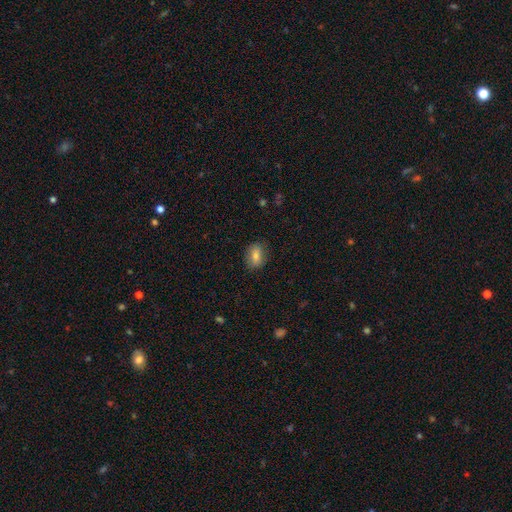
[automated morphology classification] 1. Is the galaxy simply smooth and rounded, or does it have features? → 79% smooth, 13% featured or disk, 9% star or artifact.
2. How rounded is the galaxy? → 74% in between, 24% round, 2% cigar-shaped.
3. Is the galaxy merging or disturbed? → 83% none, 13% minor disturbance, 3% major disturbance, 1% merger.